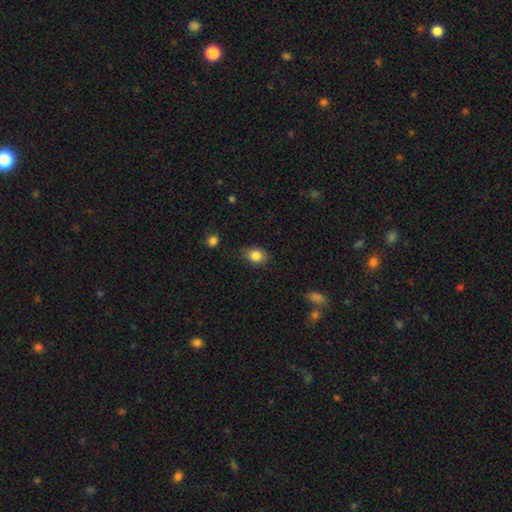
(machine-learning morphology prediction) Smooth or featured? smooth (84%)
How rounded? in between (63%)
Merging? none (78%)